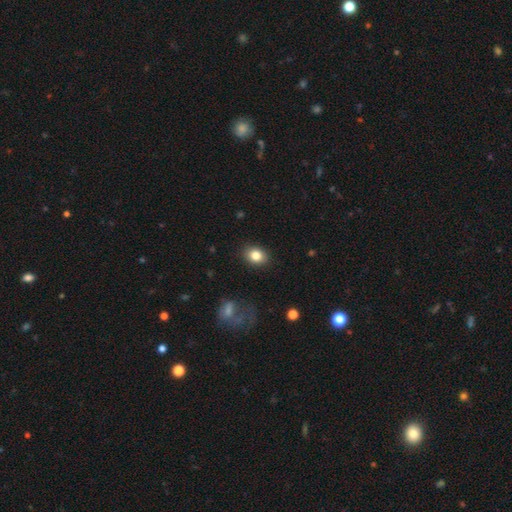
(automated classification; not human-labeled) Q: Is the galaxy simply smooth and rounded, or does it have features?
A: smooth — 83%.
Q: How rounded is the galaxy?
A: in between — 59%.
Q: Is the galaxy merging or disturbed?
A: none — 88%.